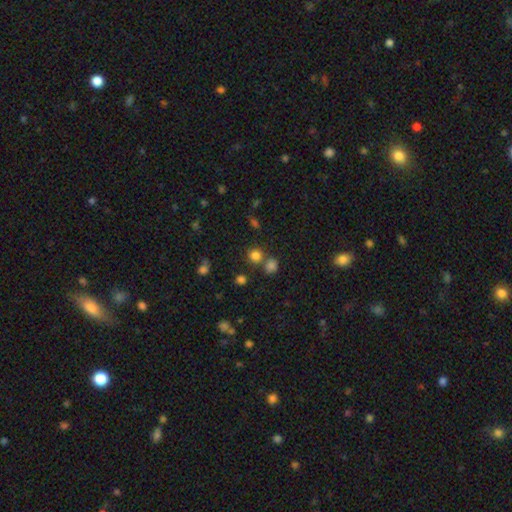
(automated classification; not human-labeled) Smooth or featured?
  - smooth: 77% *
  - star or artifact: 17%
  - featured or disk: 6%
How rounded?
  - round: 87% *
  - in between: 12%
  - cigar-shaped: 1%
Merging?
  - none: 68% *
  - merger: 20%
  - minor disturbance: 8%
  - major disturbance: 4%